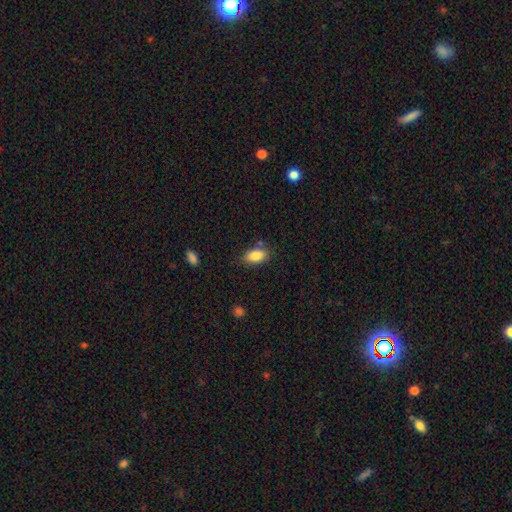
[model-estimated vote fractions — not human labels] Smooth or featured? Predicted: smooth (p=0.86). How rounded? Predicted: in between (p=0.90). Merging? Predicted: none (p=0.75).